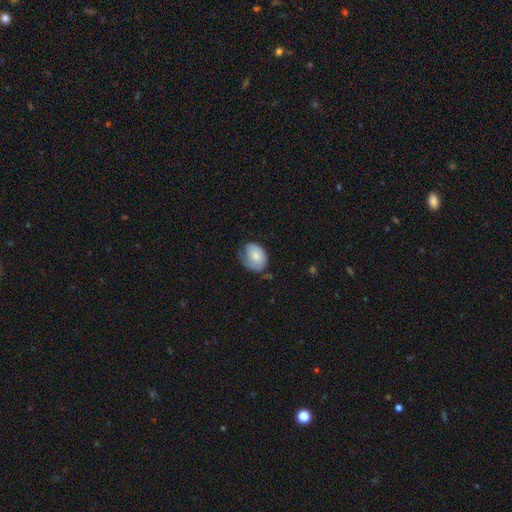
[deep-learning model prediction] The model was most divided on "merging": none: 40%, minor disturbance: 38%, major disturbance: 20%, merger: 2%. More confident: smooth or featured — smooth (71%); how rounded — in between (70%).